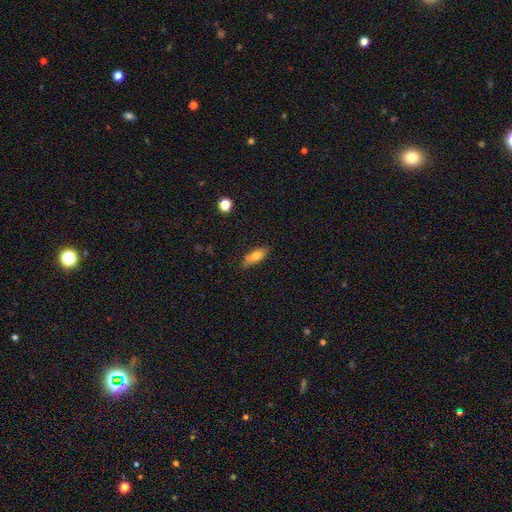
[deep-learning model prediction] Q: Smooth or featured?
A: smooth (70%); runner-up: featured or disk (23%)
Q: How rounded?
A: in between (70%); runner-up: cigar-shaped (26%)
Q: Merging?
A: none (70%); runner-up: minor disturbance (21%)